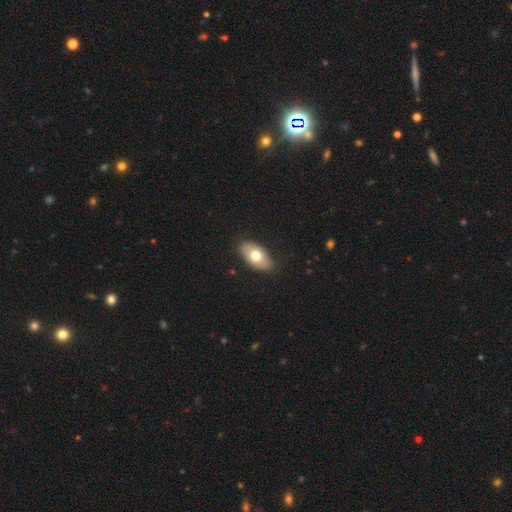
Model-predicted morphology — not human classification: This is likely a smooth galaxy (68%). How rounded: clearly in between (93%). Merging: clearly none (85%).